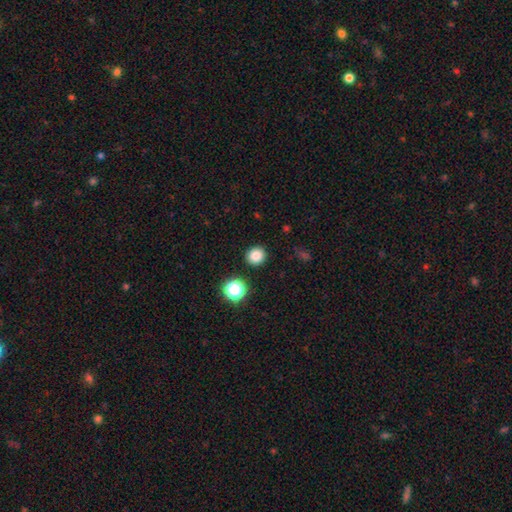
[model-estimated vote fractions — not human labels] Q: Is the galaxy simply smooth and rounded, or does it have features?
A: smooth — 83%.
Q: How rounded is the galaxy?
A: round — 91%.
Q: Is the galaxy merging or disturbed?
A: none — 91%.